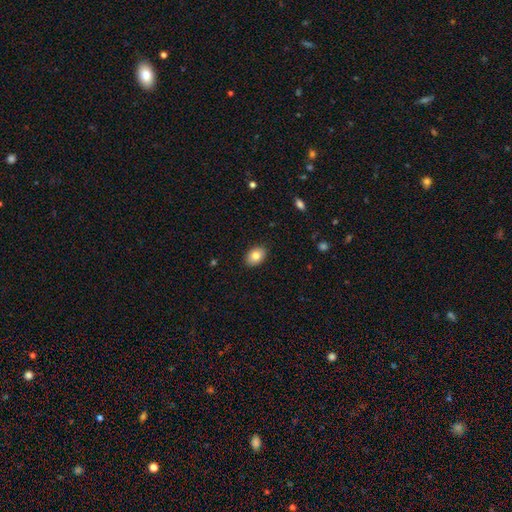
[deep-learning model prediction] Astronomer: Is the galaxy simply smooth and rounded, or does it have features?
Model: smooth — 83%.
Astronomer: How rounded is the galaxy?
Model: in between — 82%.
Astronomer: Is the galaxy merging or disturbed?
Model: none — 89%.